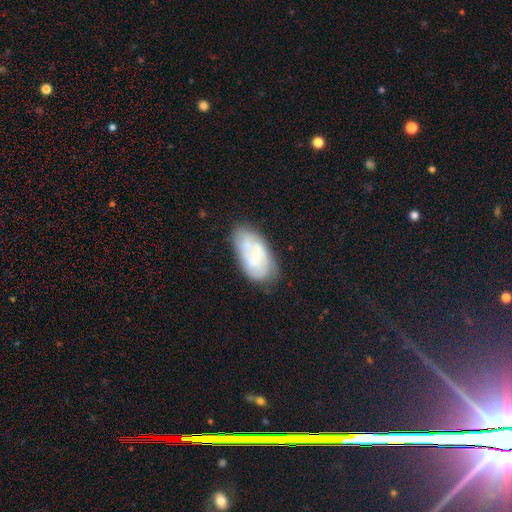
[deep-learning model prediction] Smooth or featured? featured or disk (66%)
Edge-on disk? no (95%)
Bar? no (72%)
Spiral arms? yes (78%)
Bulge size? small (68%)
Merging? none (66%)